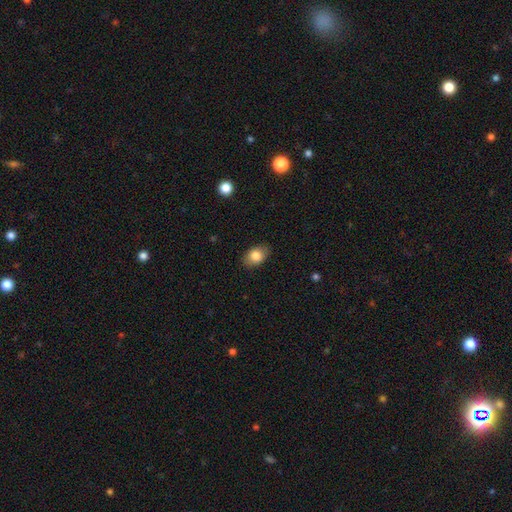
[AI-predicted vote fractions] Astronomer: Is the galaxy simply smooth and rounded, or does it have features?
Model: smooth — 83%.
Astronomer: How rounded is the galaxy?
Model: in between — 78%.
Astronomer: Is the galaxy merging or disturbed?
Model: none — 84%.